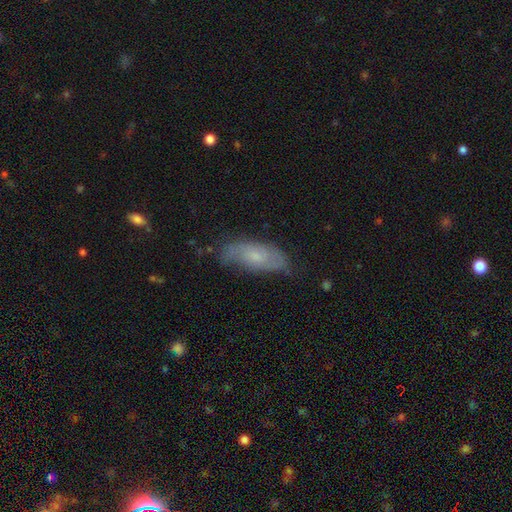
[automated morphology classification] A smooth galaxy with no disk features (52%) that is in between round and cigar-shaped (78%). Merging: none (63%).